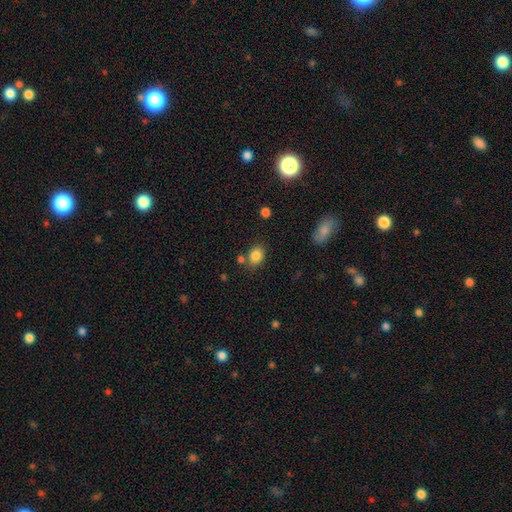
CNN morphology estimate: Q: Smooth or featured?
A: smooth (84%); runner-up: star or artifact (10%)
Q: How rounded?
A: in between (62%); runner-up: round (37%)
Q: Merging?
A: none (71%); runner-up: minor disturbance (14%)